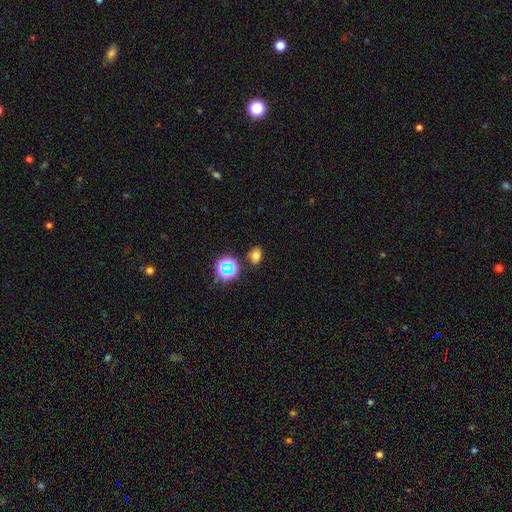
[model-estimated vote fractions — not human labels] This appears to be a smooth galaxy with no disk features (67%) that is in between round and cigar-shaped (65%). Merging: none (80%).